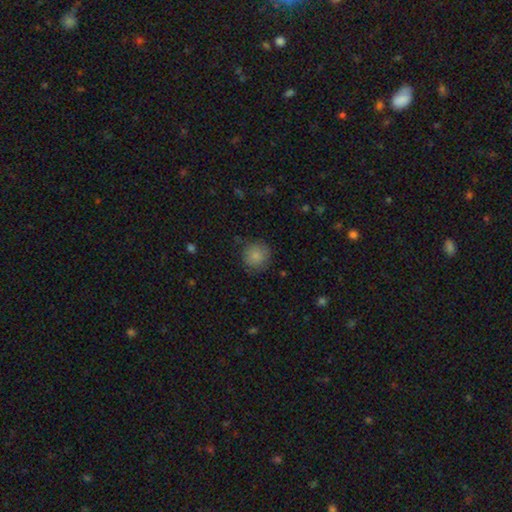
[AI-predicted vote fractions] smooth 85%, star or artifact 9%, featured or disk 7%. Down the decision tree: how rounded — round (91%); merging — none (81%).